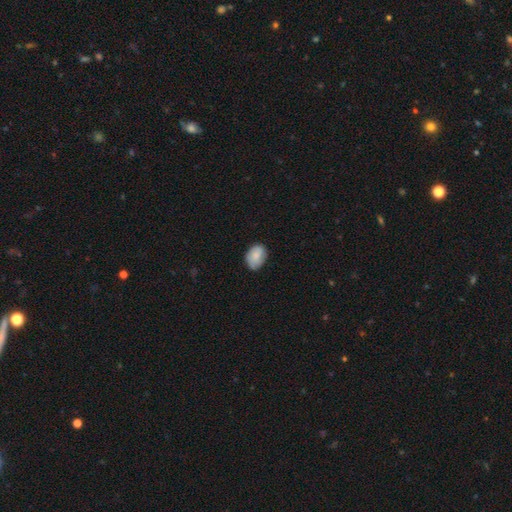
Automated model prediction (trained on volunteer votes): This appears to be a smooth galaxy with no disk features (81%) that is in between round and cigar-shaped (74%). Merging: none (70%).